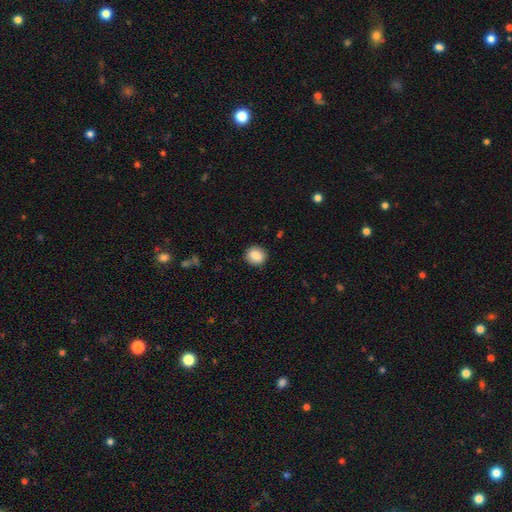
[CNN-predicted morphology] smooth_or_featured: smooth (p=0.86) [alt: star or artifact p=0.08]
how_rounded: round (p=0.77) [alt: in between p=0.22]
merging: none (p=0.90) [alt: minor disturbance p=0.07]